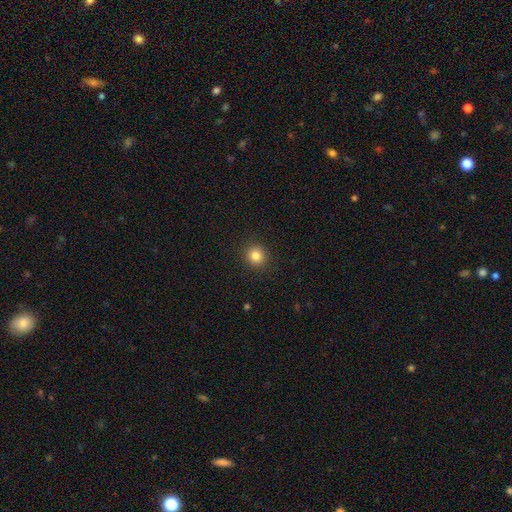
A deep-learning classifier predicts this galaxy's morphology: The model was most divided on "smooth or featured": smooth: 83%, star or artifact: 12%, featured or disk: 5%. More confident: how rounded — round (91%); merging — none (91%).